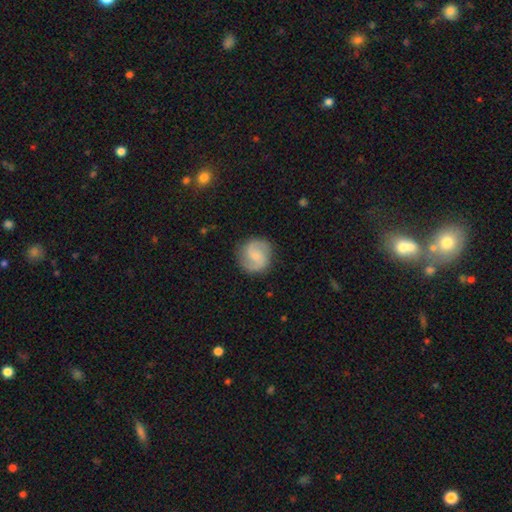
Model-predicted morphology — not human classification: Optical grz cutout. It shows a featured or disk galaxy (73%) with a weak bar (49%), 2 (91%) medium (52%) spiral arms (95%) and a small central bulge (55%). Merging: none (84%).